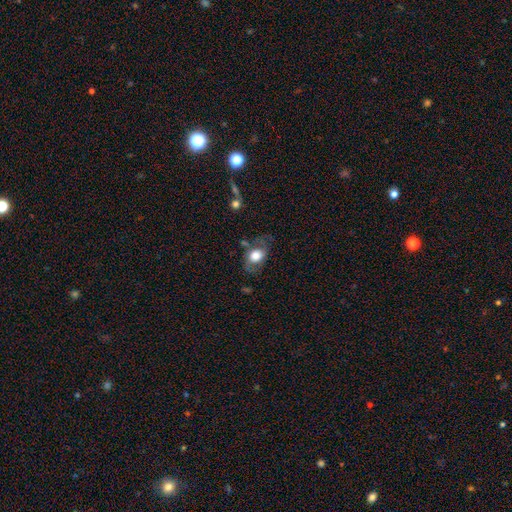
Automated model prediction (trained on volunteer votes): This is possibly a smooth galaxy (57%). How rounded: likely in between (74%). Merging: possibly none (56%).